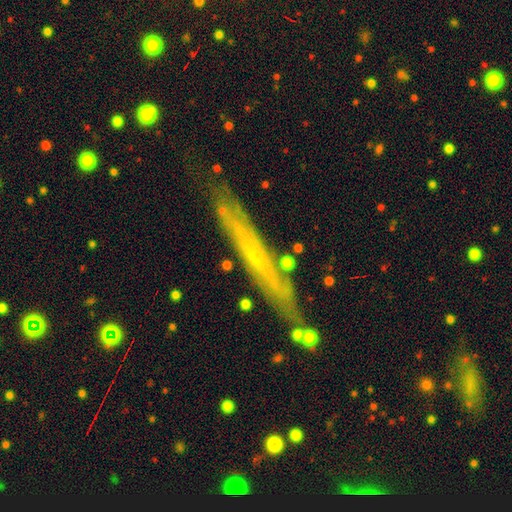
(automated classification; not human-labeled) This appears to be a featured or disk galaxy (68%) viewed edge-on (89%) with no central bulge (60%). Merging: none (81%).